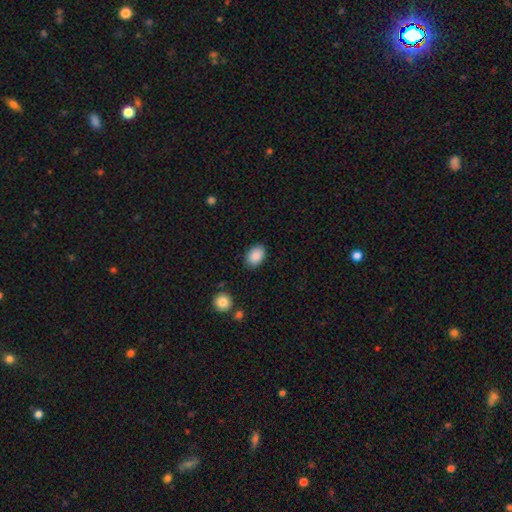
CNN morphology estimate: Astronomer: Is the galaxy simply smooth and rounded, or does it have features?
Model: smooth — 89%.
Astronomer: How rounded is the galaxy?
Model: in between — 84%.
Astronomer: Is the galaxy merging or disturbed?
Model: none — 85%.